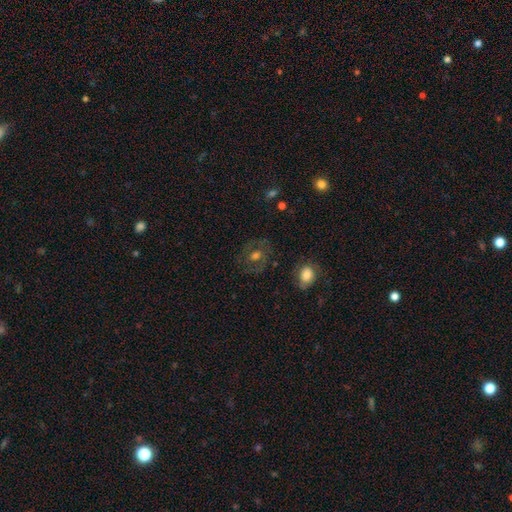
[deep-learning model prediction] Morphology: type=featured or disk (45%); merging=none (79%).